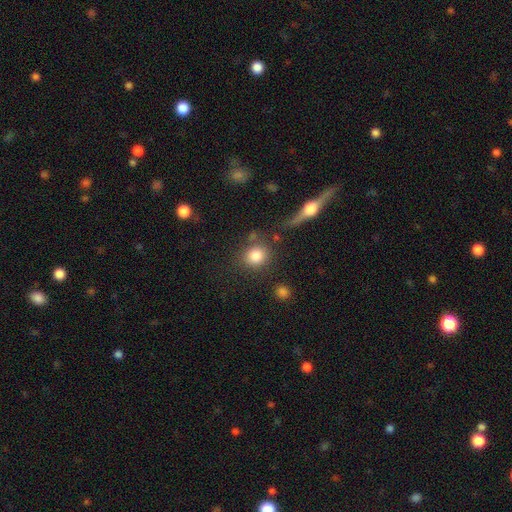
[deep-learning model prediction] Overall: smooth (84%). How rounded: round (79%). Merging: none (72%).